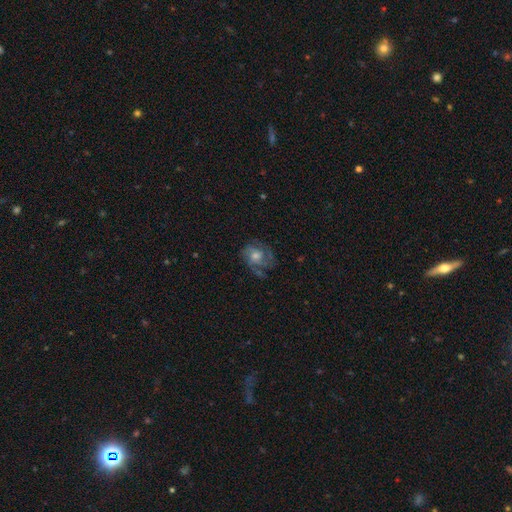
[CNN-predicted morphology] smooth-or-featured: featured or disk: 70% | smooth: 19% | star or artifact: 11%
  disk-edge-on: no: 97% | yes: 3%
    bar: no: 73% | weak: 24% | strong: 3%
    has-spiral-arms: yes: 88% | no: 12%
      spiral-winding: tight: 43% (tied) | medium: 43% (tied) | loose: 14%
      spiral-arm-count: 3: 31% | can't tell: 29% | 2: 17% | 4: 12% | 1: 6% | more than 4: 5%
    bulge-size: moderate: 58% | small: 24% | large: 12% | none: 4% | dominant: 2%
  merging: none: 66% | minor disturbance: 19% | major disturbance: 13% | merger: 2%